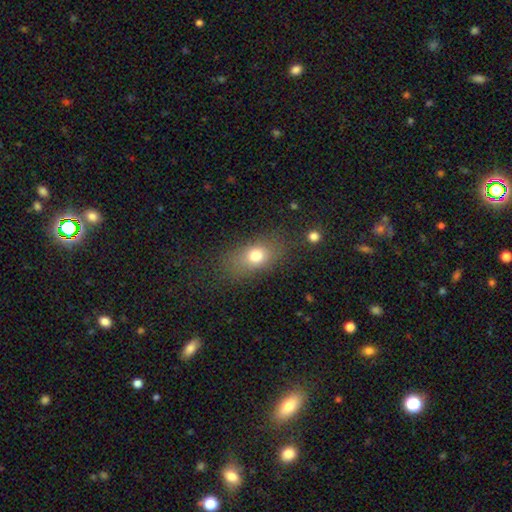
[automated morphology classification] A smooth galaxy with no disk features (75%) that is in between round and cigar-shaped (71%).

Vote fractions:
- Smooth or featured? smooth: 75% / featured or disk: 13% / star or artifact: 12%
- How rounded? in between: 71% / round: 24% / cigar-shaped: 4%
- Merging? none: 74% / minor disturbance: 15% / major disturbance: 8% / merger: 2%